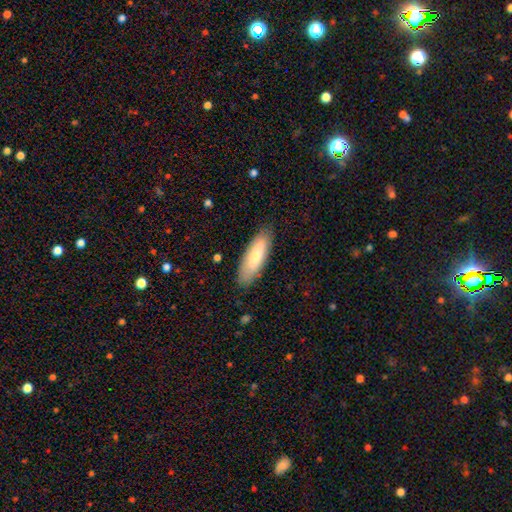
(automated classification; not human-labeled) Smooth or featured? smooth (69%)
How rounded? in between (56%)
Merging? none (86%)